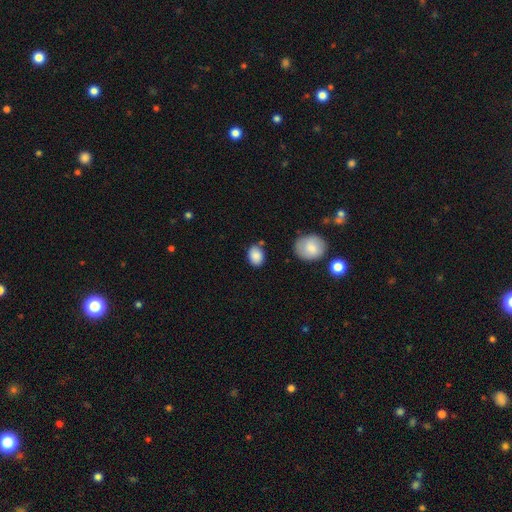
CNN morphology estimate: Smooth or featured? smooth (88%)
How rounded? in between (66%)
Merging? none (73%)